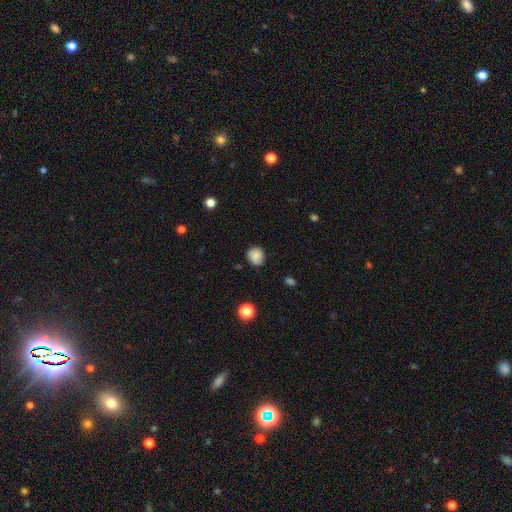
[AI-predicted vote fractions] A smooth galaxy with no disk features (83%) that is round (81%). Merging: none (80%).